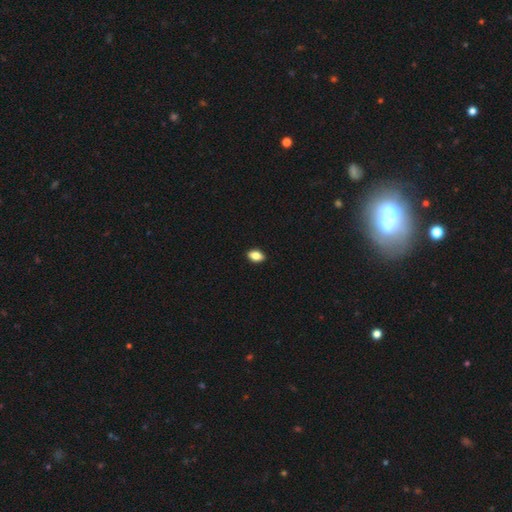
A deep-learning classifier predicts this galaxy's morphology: This appears to be a smooth galaxy with no disk features (84%) that is in between round and cigar-shaped (85%). Merging: none (90%).